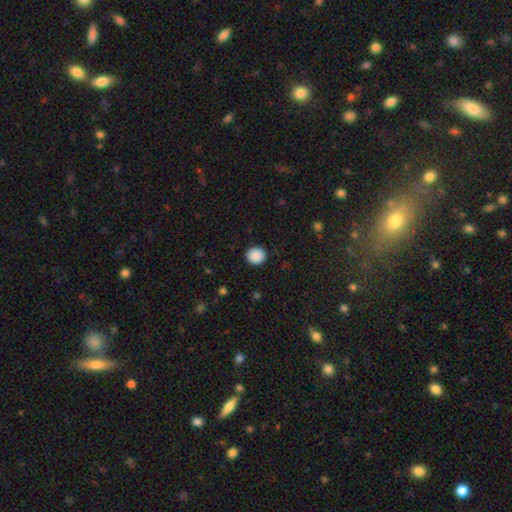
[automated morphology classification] Smooth or featured: smooth — 89% (star or artifact — 8%)
How rounded: round — 90% (in between — 9%)
Merging: none — 92% (minor disturbance — 5%)